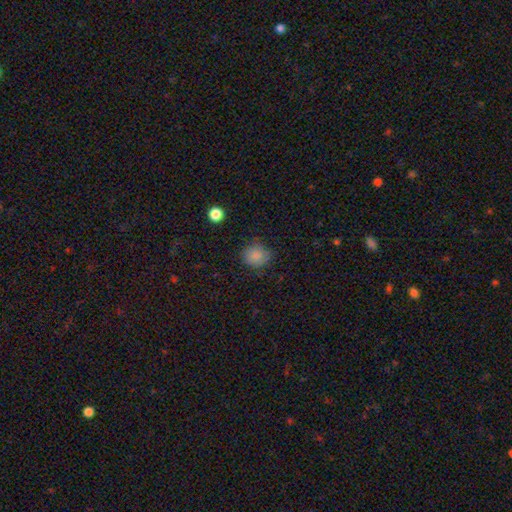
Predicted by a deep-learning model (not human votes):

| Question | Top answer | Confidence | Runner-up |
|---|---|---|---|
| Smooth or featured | smooth | 84% | star or artifact (12%) |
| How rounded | round | 83% | in between (16%) |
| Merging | none | 78% | minor disturbance (17%) |